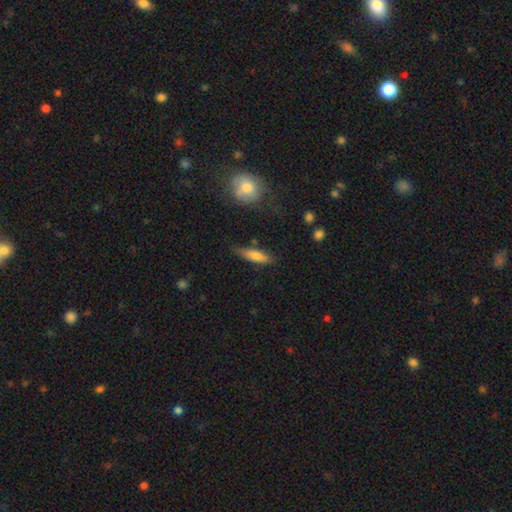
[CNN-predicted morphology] Smooth or featured? smooth (71%)
How rounded? cigar-shaped (71%)
Merging? none (72%)